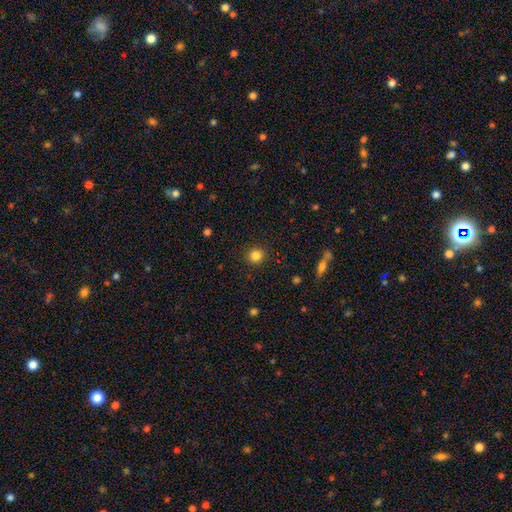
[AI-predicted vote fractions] Overall: smooth (84%). How rounded: round (91%). Merging: none (91%).